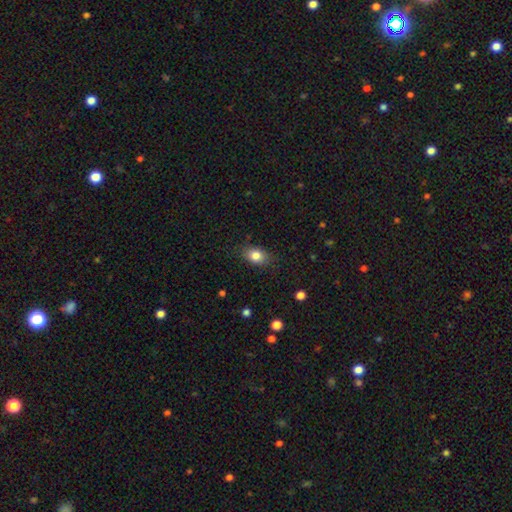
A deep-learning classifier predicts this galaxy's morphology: The model was most divided on "how rounded": in between: 76%, round: 22%, cigar-shaped: 2%. More confident: smooth or featured — smooth (83%); merging — none (82%).